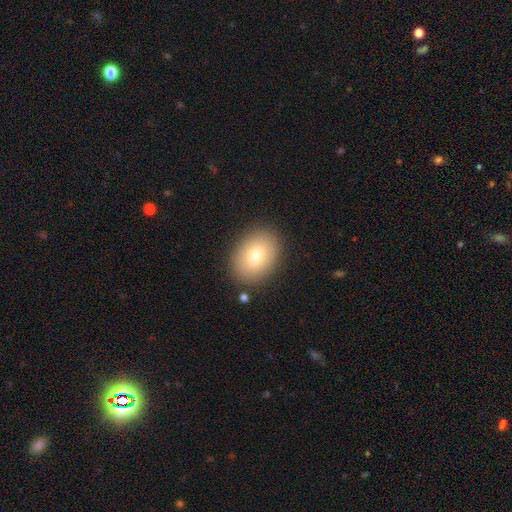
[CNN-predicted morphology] smooth 79%, featured or disk 13%, star or artifact 8%. Down the decision tree: how rounded — in between (76%); merging — none (87%).